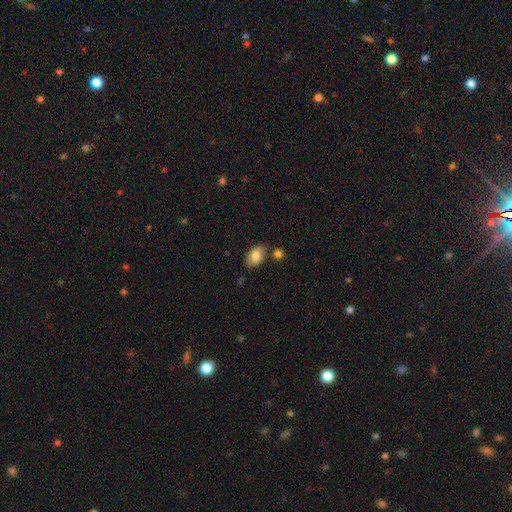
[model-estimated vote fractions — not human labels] The model was most divided on "merging": none: 74%, minor disturbance: 14%, merger: 9%, major disturbance: 3%. More confident: how rounded — in between (89%); smooth or featured — smooth (83%).